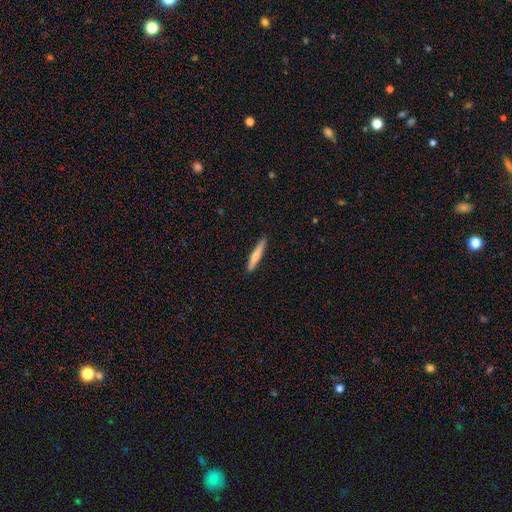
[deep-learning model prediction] Q: Smooth or featured?
A: smooth (70%); runner-up: featured or disk (25%)
Q: How rounded?
A: cigar-shaped (93%); runner-up: in between (5%)
Q: Merging?
A: none (90%); runner-up: minor disturbance (8%)